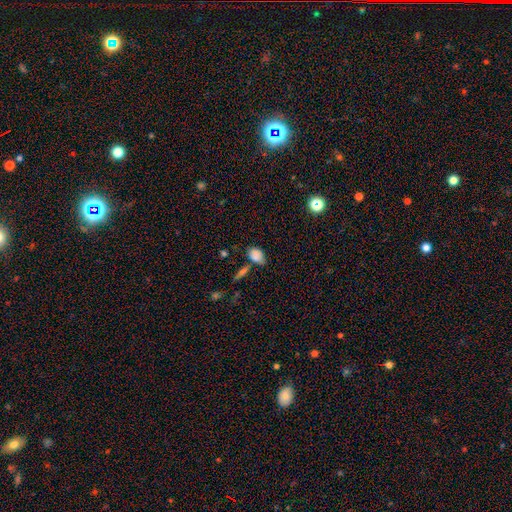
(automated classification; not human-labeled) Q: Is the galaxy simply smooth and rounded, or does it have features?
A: smooth — 82%.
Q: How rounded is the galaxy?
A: in between — 82%.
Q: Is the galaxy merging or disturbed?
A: none — 52%.